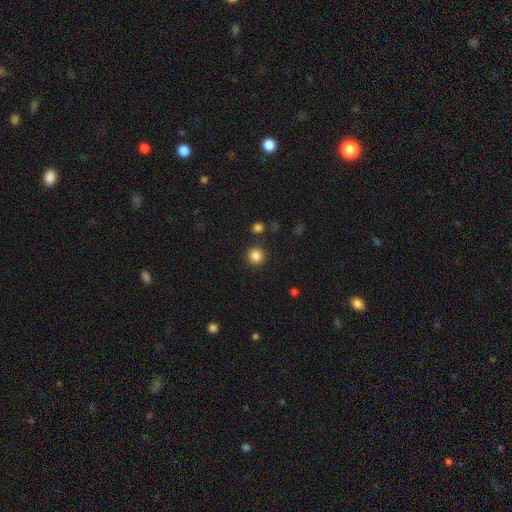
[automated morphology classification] This is clearly a smooth galaxy (85%). How rounded: clearly round (95%). Merging: clearly none (89%).